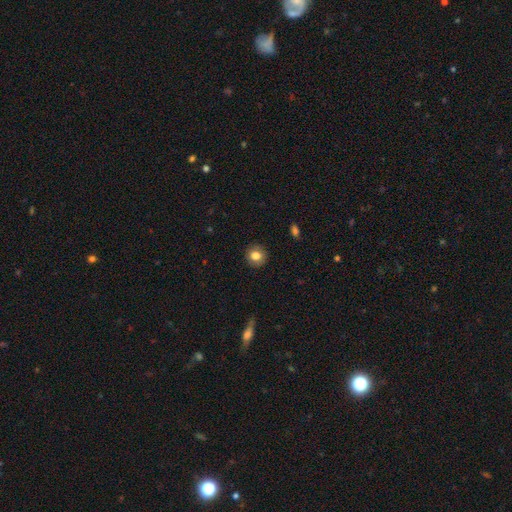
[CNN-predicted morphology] smooth 81%, featured or disk 10%, star or artifact 9%. Down the decision tree: how rounded — round (89%); merging — none (90%).